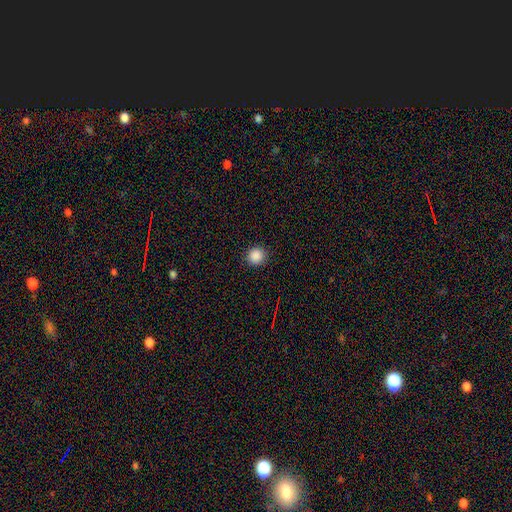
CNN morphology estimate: smooth-or-featured: smooth: 87% | star or artifact: 10% | featured or disk: 3%
  how-rounded: round: 92% | in between: 7% | cigar-shaped: 1%
  merging: none: 91% | minor disturbance: 6% | major disturbance: 2% | merger: 1%